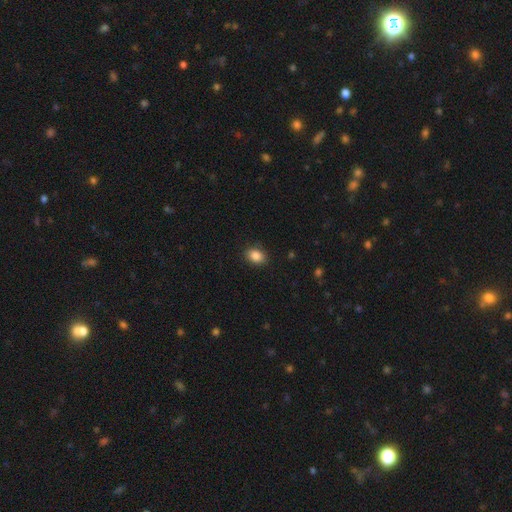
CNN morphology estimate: smooth-or-featured: smooth: 87% | star or artifact: 9% | featured or disk: 5%
  how-rounded: in between: 70% | round: 29% | cigar-shaped: 1%
  merging: none: 87% | minor disturbance: 9% | major disturbance: 2% | merger: 1%